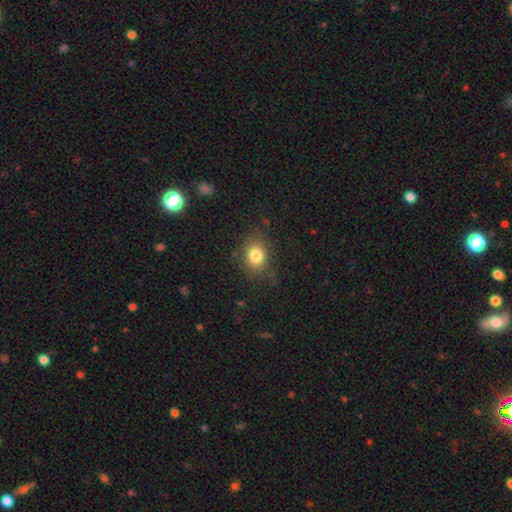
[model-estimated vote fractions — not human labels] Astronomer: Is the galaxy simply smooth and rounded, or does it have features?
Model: smooth — 81%.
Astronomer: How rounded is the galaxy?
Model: round — 50% (runner-up: in between, 49%).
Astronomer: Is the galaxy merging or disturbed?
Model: none — 81%.